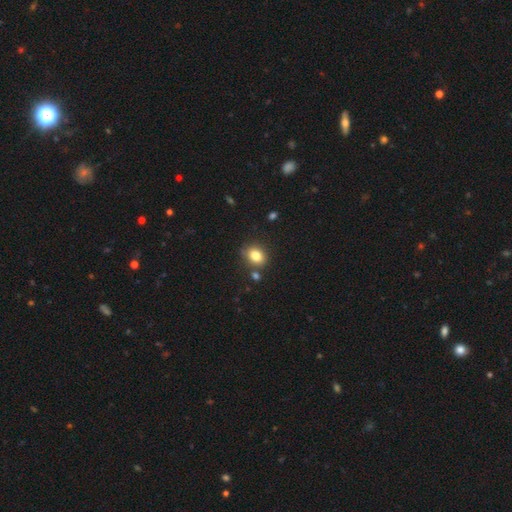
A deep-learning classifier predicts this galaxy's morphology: smooth-or-featured: smooth: 82% | star or artifact: 10% | featured or disk: 8%
  how-rounded: in between: 53% | round: 46% | cigar-shaped: 1%
  merging: none: 77% | minor disturbance: 12% | merger: 8% | major disturbance: 3%